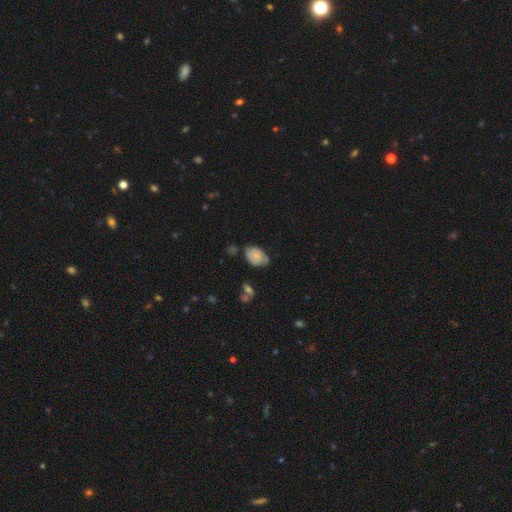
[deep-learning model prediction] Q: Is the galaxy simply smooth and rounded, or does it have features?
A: smooth — 67%.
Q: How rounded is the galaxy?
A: in between — 82%.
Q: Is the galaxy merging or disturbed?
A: none — 49%.